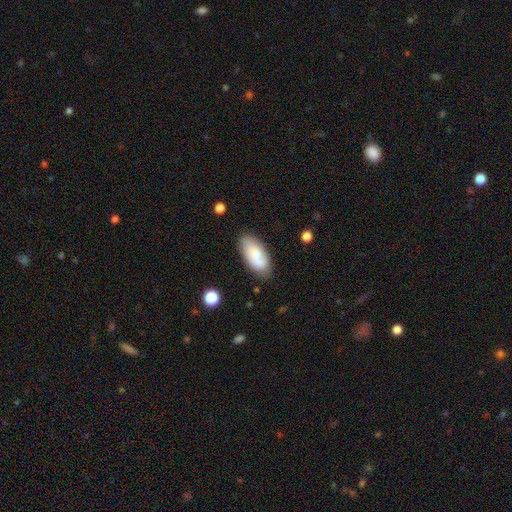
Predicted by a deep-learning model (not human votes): A smooth galaxy with no disk features (72%) that is in between round and cigar-shaped (92%).

Vote fractions:
- Smooth or featured? smooth: 72% / featured or disk: 22% / star or artifact: 7%
- How rounded? in between: 92% / cigar-shaped: 6% / round: 2%
- Merging? none: 77% / minor disturbance: 16% / major disturbance: 4% / merger: 3%